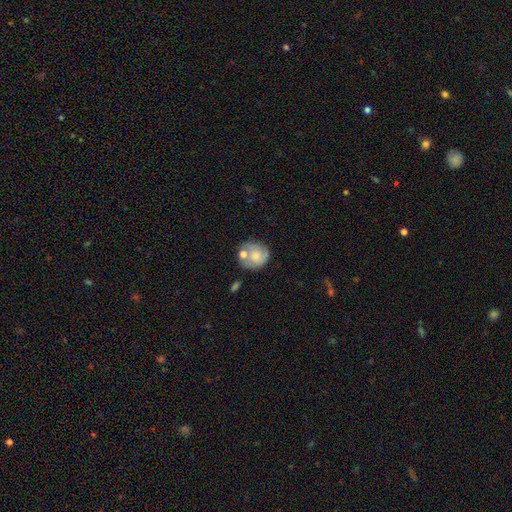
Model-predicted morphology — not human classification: type=smooth (58%); roundness=round (80%); merging=none (49%).